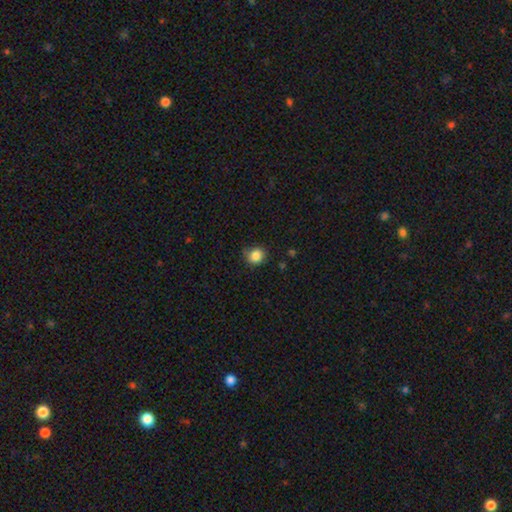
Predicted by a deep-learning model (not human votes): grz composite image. It shows a smooth galaxy with no disk features (86%) that is round (84%). Merging: none (78%).